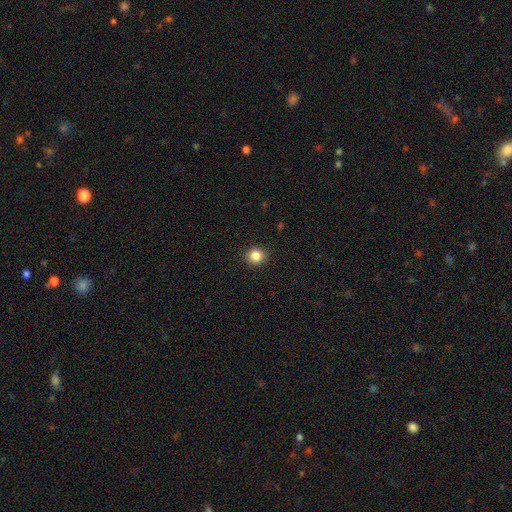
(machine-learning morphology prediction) Smooth or featured? Predicted: smooth (p=0.85). How rounded? Predicted: round (p=0.87). Merging? Predicted: none (p=0.91).